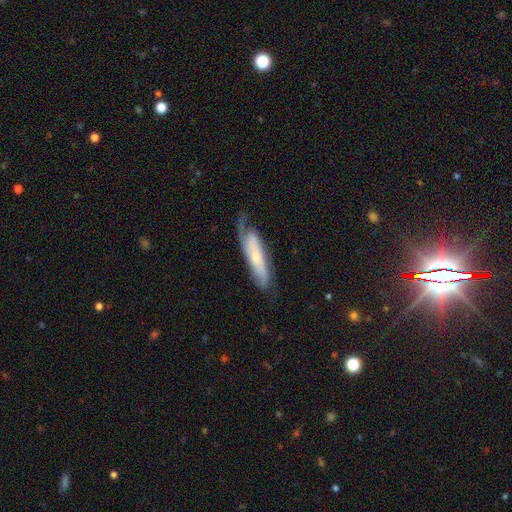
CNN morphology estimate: smooth-or-featured: featured or disk: 65% | smooth: 29% | star or artifact: 6%
  disk-edge-on: no: 70% | yes: 30%
  merging: none: 58% | minor disturbance: 25% | major disturbance: 15% | merger: 2%